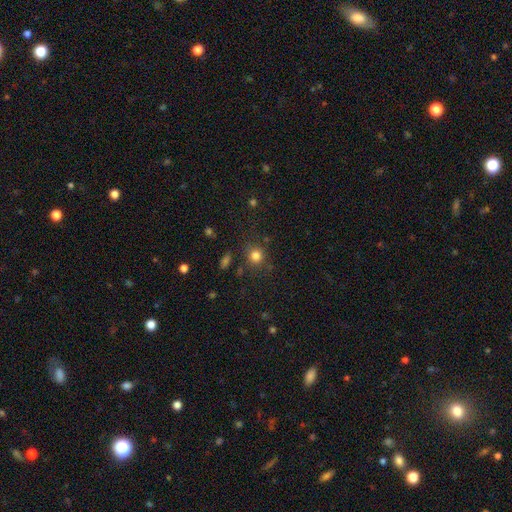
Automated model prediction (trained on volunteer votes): smooth 80%, star or artifact 14%, featured or disk 6%. Down the decision tree: how rounded — round (86%); merging — none (82%).